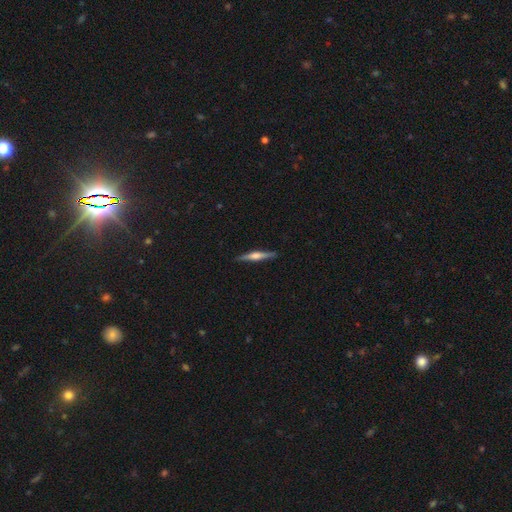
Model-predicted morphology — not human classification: featured or disk 64%, smooth 30%, star or artifact 5%. Down the decision tree: edge-on disk — yes (98%); edge-on bulge — rounded (77%); merging — none (90%).